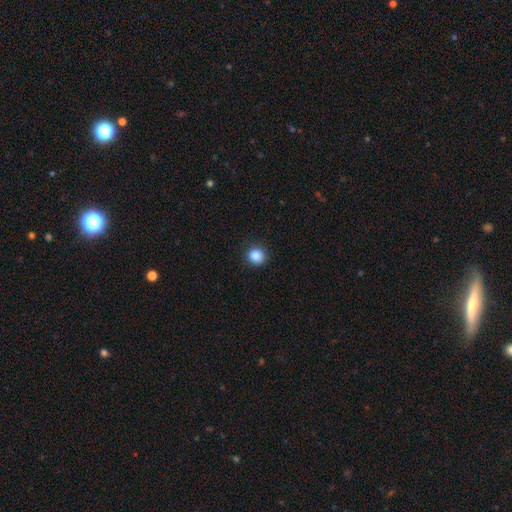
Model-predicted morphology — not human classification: Smooth or featured? smooth (86%)
How rounded? round (88%)
Merging? none (88%)